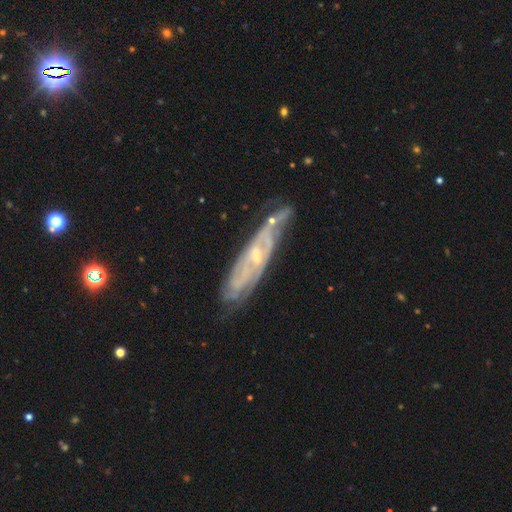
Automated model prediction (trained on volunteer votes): This appears to be a featured or disk galaxy (82%) with no bar (46%), tight (57%) spiral arms (90%) and a small central bulge (66%). Merging: none (62%).